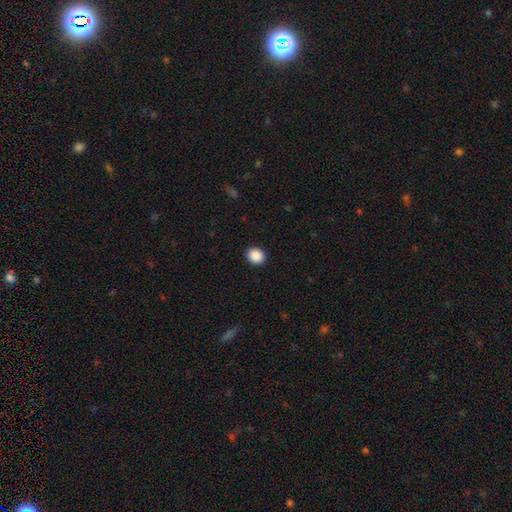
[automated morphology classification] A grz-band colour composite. It shows a smooth galaxy with no disk features (89%) that is round (68%). Merging: none (92%).